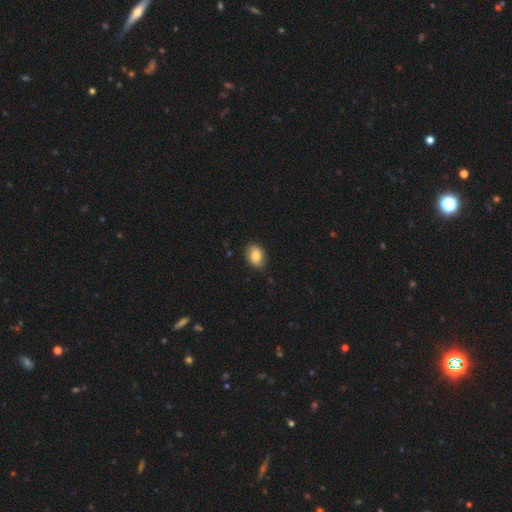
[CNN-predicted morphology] This appears to be a smooth galaxy with no disk features (83%) that is in between round and cigar-shaped (76%). Merging: none (83%).